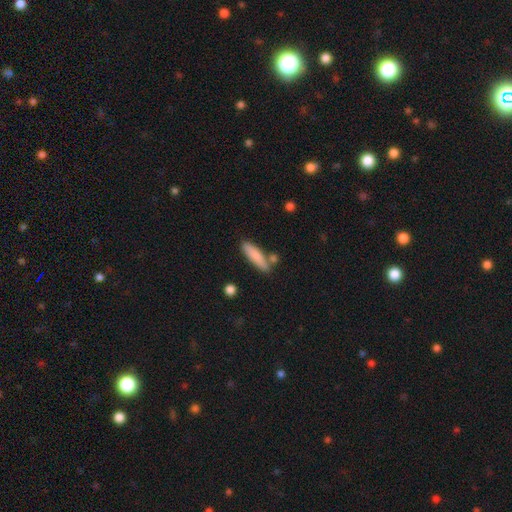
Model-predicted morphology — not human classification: A smooth galaxy with no disk features (83%) that is cigar-shaped (70%). Merging: none (73%).